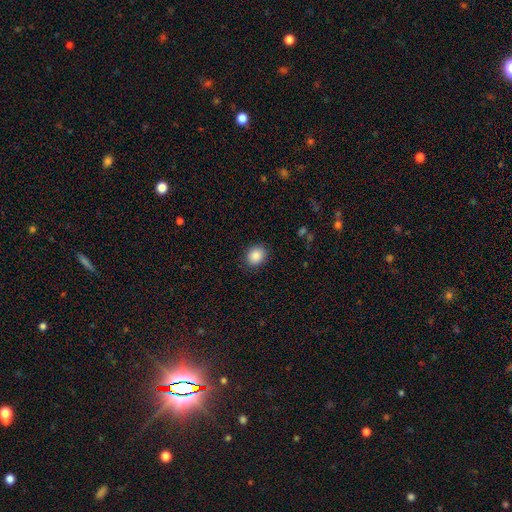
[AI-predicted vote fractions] Q: Smooth or featured?
A: smooth (88%); runner-up: star or artifact (9%)
Q: How rounded?
A: round (67%); runner-up: in between (32%)
Q: Merging?
A: none (88%); runner-up: minor disturbance (8%)